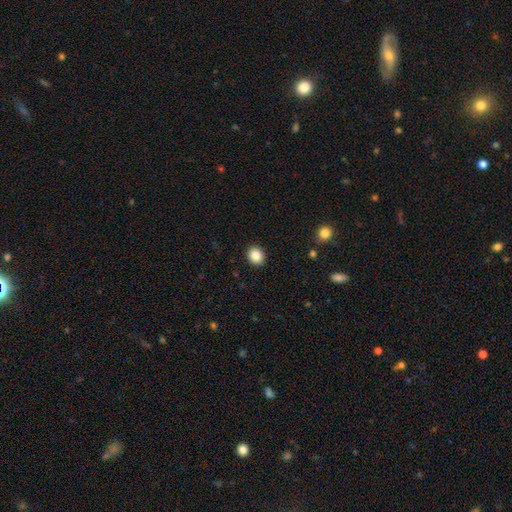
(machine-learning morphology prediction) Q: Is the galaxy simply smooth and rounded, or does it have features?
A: smooth — 85%.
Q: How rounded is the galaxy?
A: round — 74%.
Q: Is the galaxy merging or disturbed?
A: none — 92%.